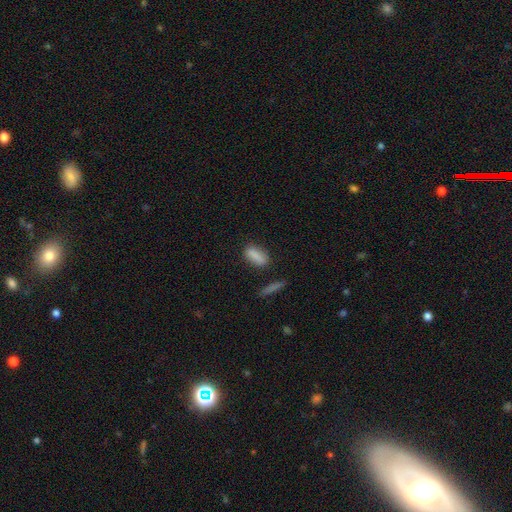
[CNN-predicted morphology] type=smooth (86%); roundness=in between (77%); merging=none (79%).